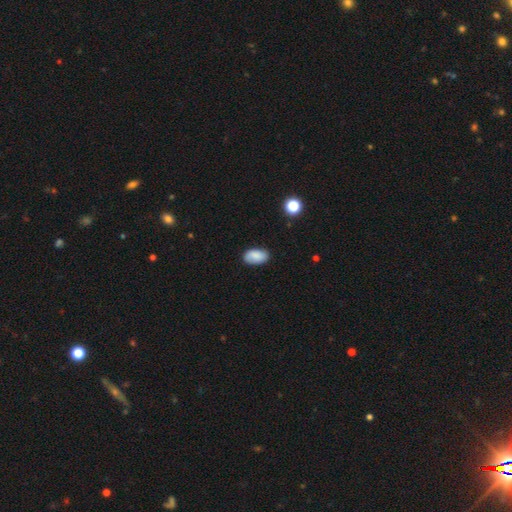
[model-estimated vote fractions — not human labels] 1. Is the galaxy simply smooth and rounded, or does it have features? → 82% smooth, 10% featured or disk, 8% star or artifact.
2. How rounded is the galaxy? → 93% in between, 6% round, 2% cigar-shaped.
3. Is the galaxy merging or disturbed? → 82% none, 14% minor disturbance, 3% major disturbance, 1% merger.